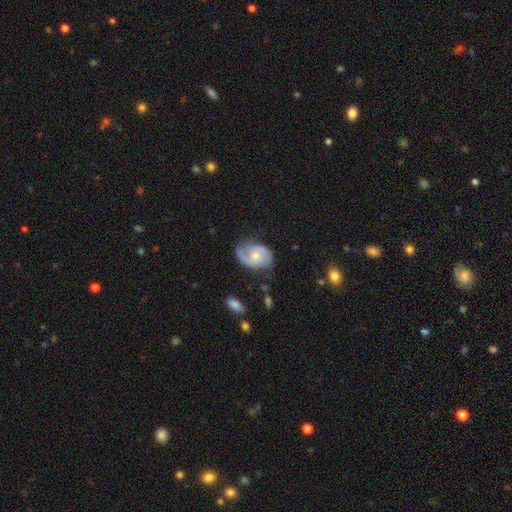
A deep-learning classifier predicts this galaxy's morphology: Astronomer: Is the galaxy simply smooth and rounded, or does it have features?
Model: featured or disk — 76%.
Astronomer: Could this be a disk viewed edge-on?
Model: no — 97%.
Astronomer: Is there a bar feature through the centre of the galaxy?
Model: no — 63%.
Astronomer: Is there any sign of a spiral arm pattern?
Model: yes — 93%.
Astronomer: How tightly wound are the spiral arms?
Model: medium — 47% (runner-up: loose, 29%).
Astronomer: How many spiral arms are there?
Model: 2 — 76%.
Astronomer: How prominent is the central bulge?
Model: moderate — 53% (runner-up: small, 40%).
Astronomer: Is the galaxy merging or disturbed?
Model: none — 62%.